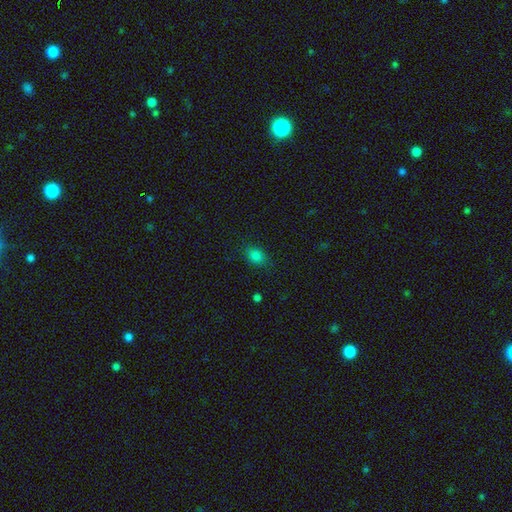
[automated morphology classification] smooth-or-featured: smooth: 82% | star or artifact: 13% | featured or disk: 5%
  how-rounded: in between: 72% | round: 27% | cigar-shaped: 2%
  merging: none: 82% | minor disturbance: 14% | major disturbance: 3% | merger: 1%